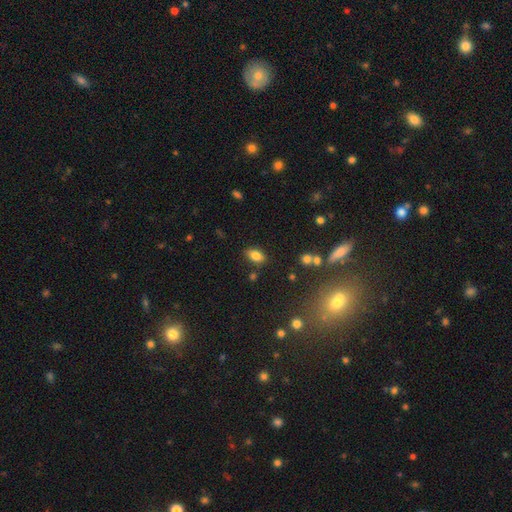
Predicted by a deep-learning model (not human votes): Smooth or featured: smooth — 81% (star or artifact — 10%)
How rounded: in between — 88% (round — 9%)
Merging: none — 82% (minor disturbance — 12%)